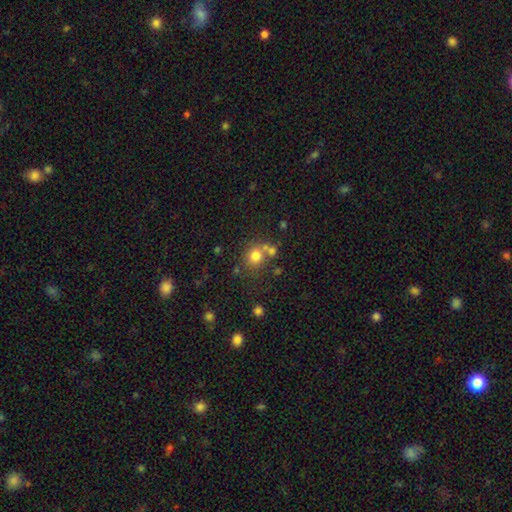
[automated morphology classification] smooth_or_featured: smooth (p=0.75) [alt: star or artifact p=0.15]
how_rounded: round (p=0.84) [alt: in between p=0.15]
merging: none (p=0.61) [alt: merger p=0.25]